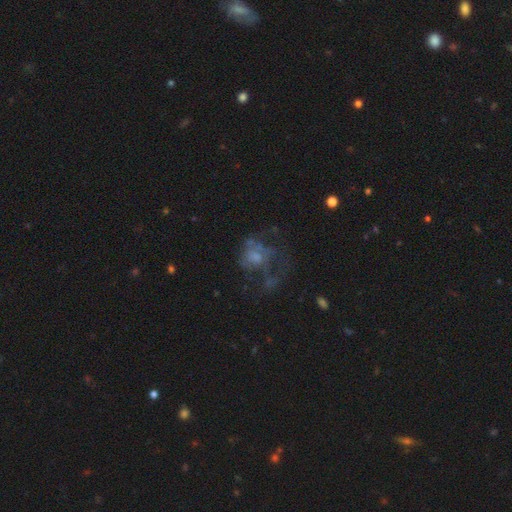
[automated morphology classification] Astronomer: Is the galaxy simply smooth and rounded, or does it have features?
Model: featured or disk — 47% (runner-up: smooth, 38%).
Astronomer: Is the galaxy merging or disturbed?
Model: major disturbance — 48% (runner-up: none, 28%).